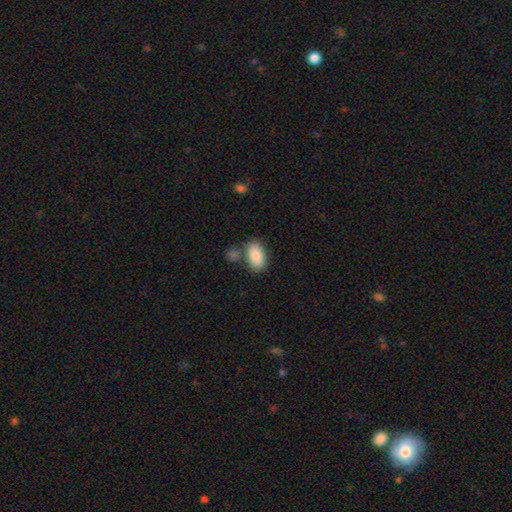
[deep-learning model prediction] Smooth or featured? Predicted: smooth (p=0.85). How rounded? Predicted: in between (p=0.93). Merging? Predicted: none (p=0.68).